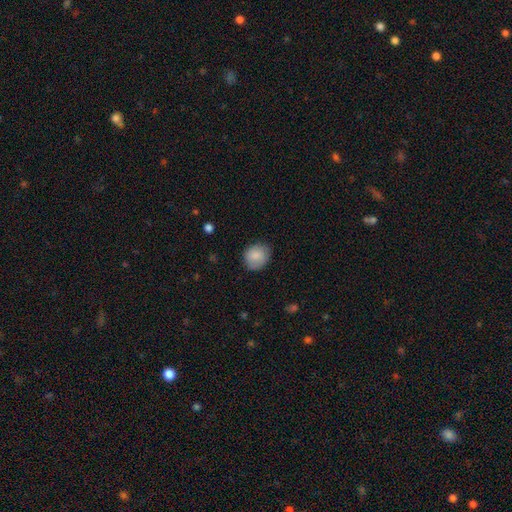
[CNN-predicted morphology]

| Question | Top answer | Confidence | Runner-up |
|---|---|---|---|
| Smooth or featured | smooth | 83% | featured or disk (10%) |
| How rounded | round | 69% | in between (30%) |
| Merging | none | 77% | minor disturbance (18%) |